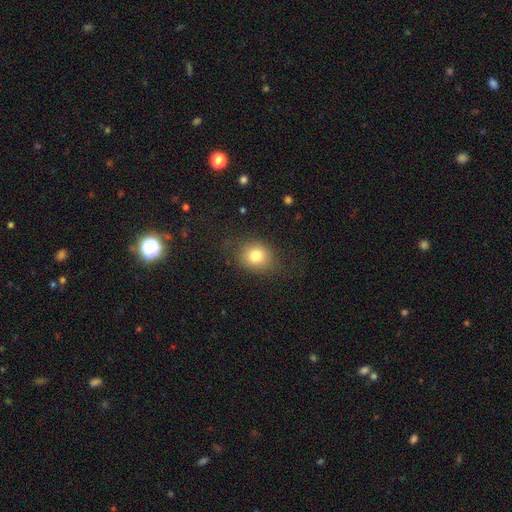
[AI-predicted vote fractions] Smooth or featured? Predicted: smooth (p=0.78). How rounded? Predicted: round (p=0.63). Merging? Predicted: none (p=0.75).